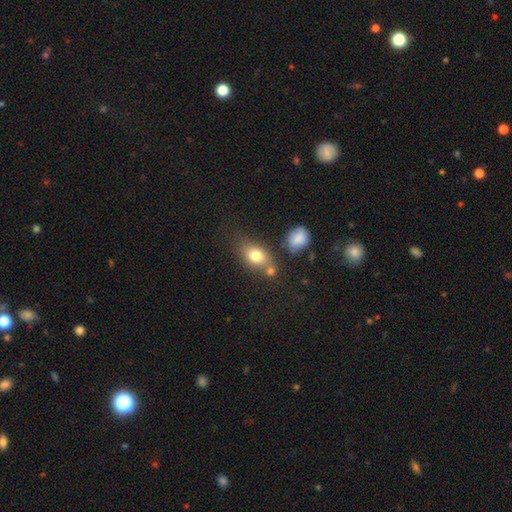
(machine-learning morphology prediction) smooth 77%, featured or disk 13%, star or artifact 10%. Down the decision tree: how rounded — in between (72%); merging — none (57%).